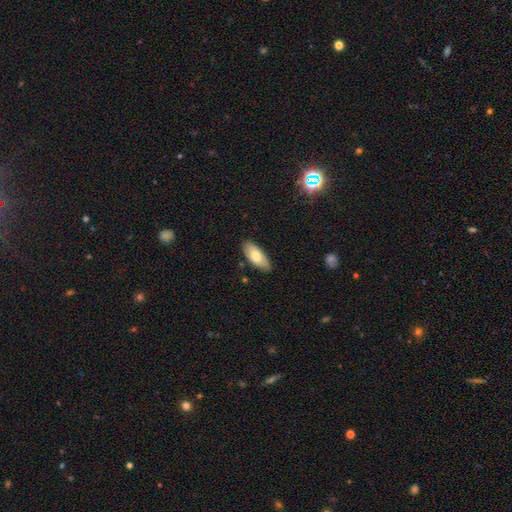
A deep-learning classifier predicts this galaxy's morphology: Overall: smooth (72%). How rounded: in between (86%). Merging: none (85%).